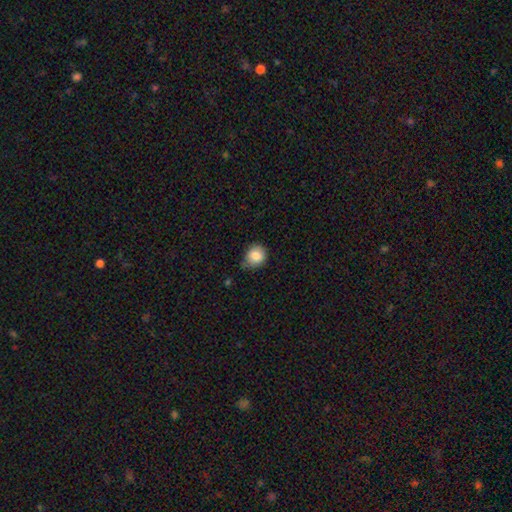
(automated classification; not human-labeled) Smooth or featured? Predicted: smooth (p=0.85). How rounded? Predicted: round (p=0.74). Merging? Predicted: none (p=0.59).